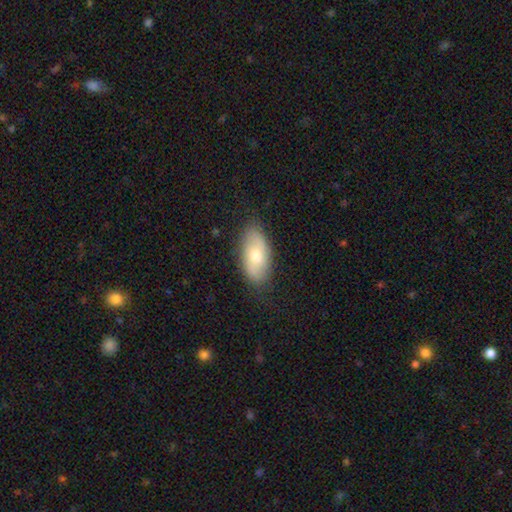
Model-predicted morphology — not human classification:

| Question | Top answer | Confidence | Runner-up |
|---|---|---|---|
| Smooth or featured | smooth | 63% | featured or disk (31%) |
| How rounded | in between | 92% | cigar-shaped (4%) |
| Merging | none | 82% | minor disturbance (14%) |